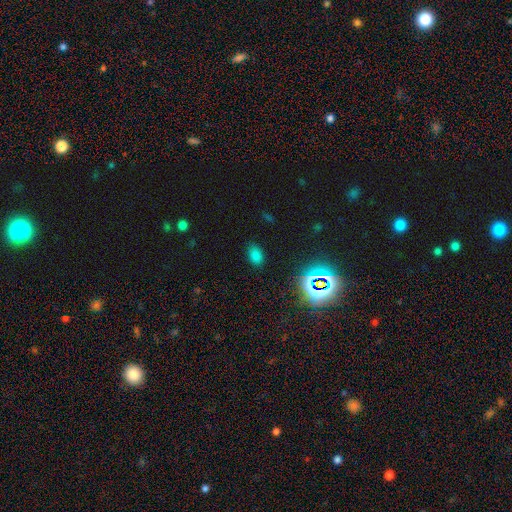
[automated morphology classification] A smooth galaxy with no disk features (68%) that is in between round and cigar-shaped (85%).

Vote fractions:
- Smooth or featured? smooth: 68% / star or artifact: 26% / featured or disk: 6%
- How rounded? in between: 85% / round: 13% / cigar-shaped: 2%
- Merging? none: 81% / minor disturbance: 13% / major disturbance: 4% / merger: 2%